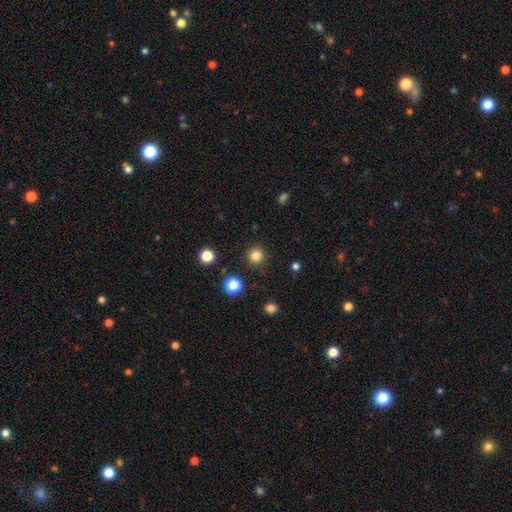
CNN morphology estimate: Smooth or featured?
  - smooth: 82% *
  - star or artifact: 13%
  - featured or disk: 4%
How rounded?
  - round: 95% *
  - in between: 4%
  - cigar-shaped: 1%
Merging?
  - none: 91% *
  - minor disturbance: 5%
  - major disturbance: 2%
  - merger: 2%